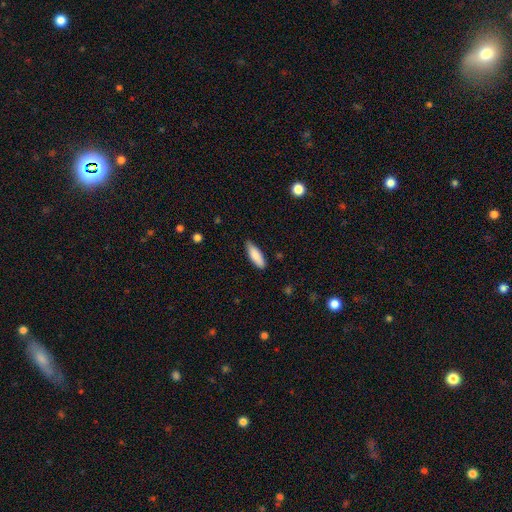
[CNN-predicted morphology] smooth 86%, featured or disk 9%, star or artifact 6%. Down the decision tree: how rounded — in between (55%); merging — none (80%).